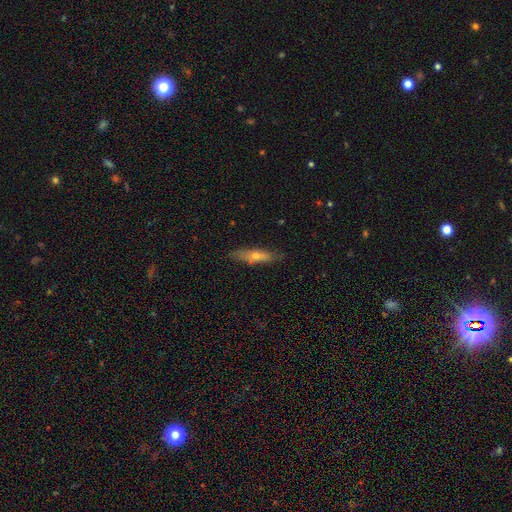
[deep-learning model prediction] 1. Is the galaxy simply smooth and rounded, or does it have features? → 49% smooth, 44% featured or disk, 7% star or artifact.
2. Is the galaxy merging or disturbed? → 84% none, 12% minor disturbance, 2% major disturbance, 2% merger.